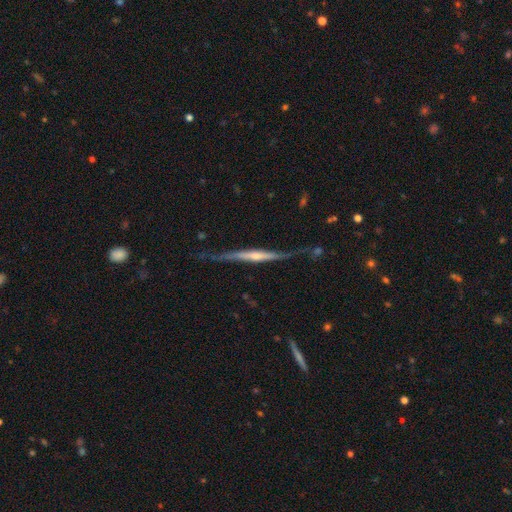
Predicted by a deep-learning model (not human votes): This is likely a featured or disk galaxy (77%). It is clearly viewed edge-on (95%). Edge-on bulge: likely rounded (61%). Merging: likely none (69%).